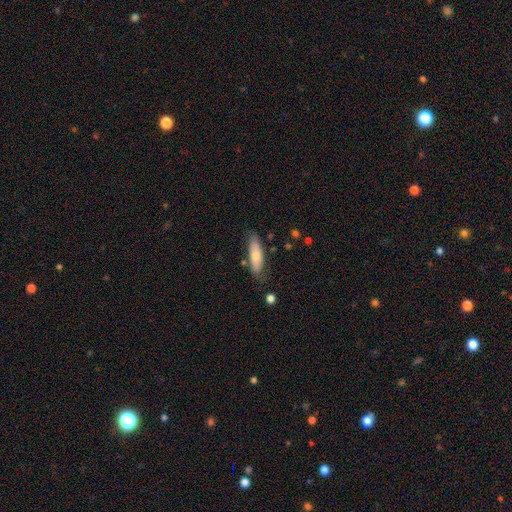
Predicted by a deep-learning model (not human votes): A smooth galaxy with no disk features (68%) that is in between round and cigar-shaped (55%).

Vote fractions:
- Smooth or featured? smooth: 68% / featured or disk: 26% / star or artifact: 6%
- How rounded? in between: 55% / cigar-shaped: 43% / round: 2%
- Merging? none: 76% / minor disturbance: 17% / major disturbance: 4% / merger: 3%